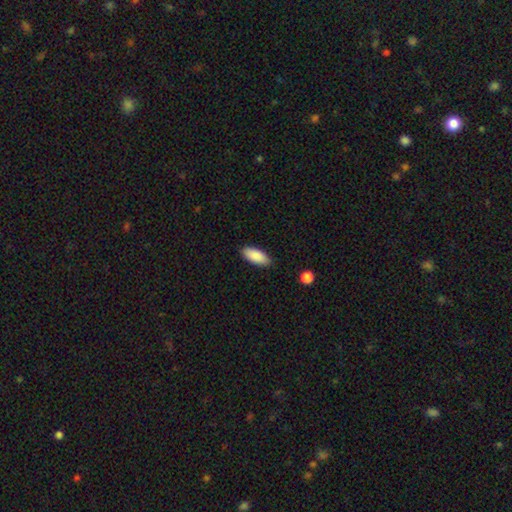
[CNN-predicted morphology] This is clearly a smooth galaxy (89%). How rounded: clearly in between (85%). Merging: clearly none (86%).